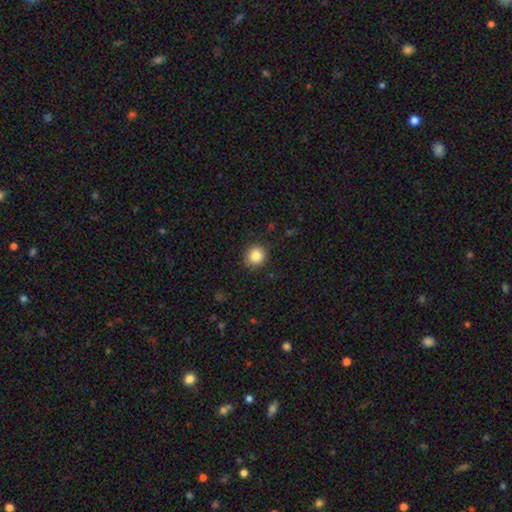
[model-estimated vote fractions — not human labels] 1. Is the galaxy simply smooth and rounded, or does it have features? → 84% smooth, 10% star or artifact, 6% featured or disk.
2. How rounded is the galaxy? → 89% round, 10% in between, 1% cigar-shaped.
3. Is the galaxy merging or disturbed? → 88% none, 9% minor disturbance, 2% major disturbance, 1% merger.